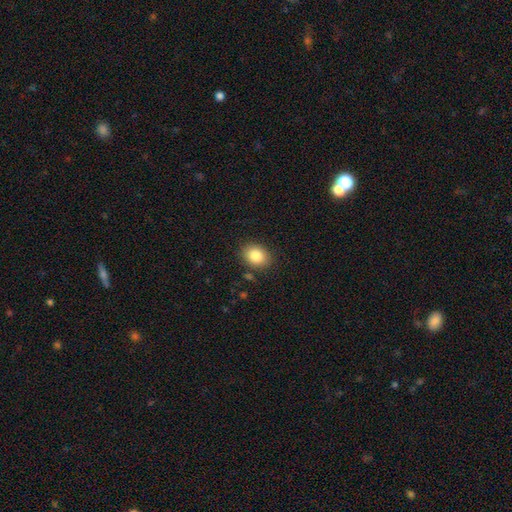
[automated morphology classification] Q: Smooth or featured?
A: smooth (84%); runner-up: star or artifact (9%)
Q: How rounded?
A: in between (57%); runner-up: round (42%)
Q: Merging?
A: none (86%); runner-up: minor disturbance (10%)